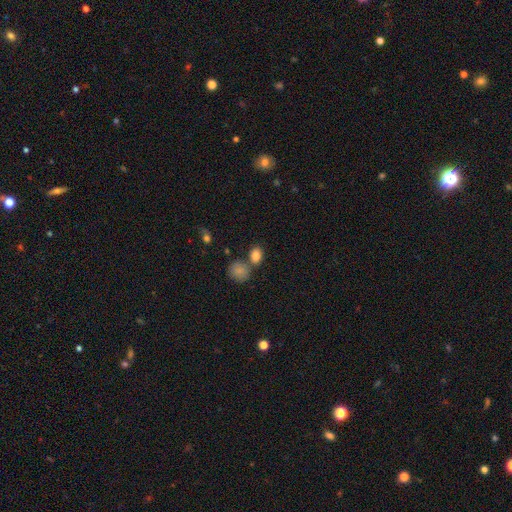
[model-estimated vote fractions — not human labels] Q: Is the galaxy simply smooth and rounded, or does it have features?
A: smooth — 84%.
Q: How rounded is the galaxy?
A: in between — 67%.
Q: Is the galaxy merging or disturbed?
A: none — 60%.